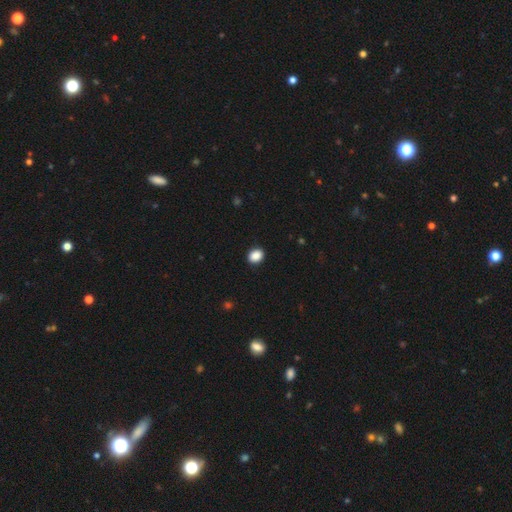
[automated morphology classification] Q: Smooth or featured?
A: smooth (89%); runner-up: star or artifact (8%)
Q: How rounded?
A: in between (54%); runner-up: round (45%)
Q: Merging?
A: none (90%); runner-up: minor disturbance (7%)